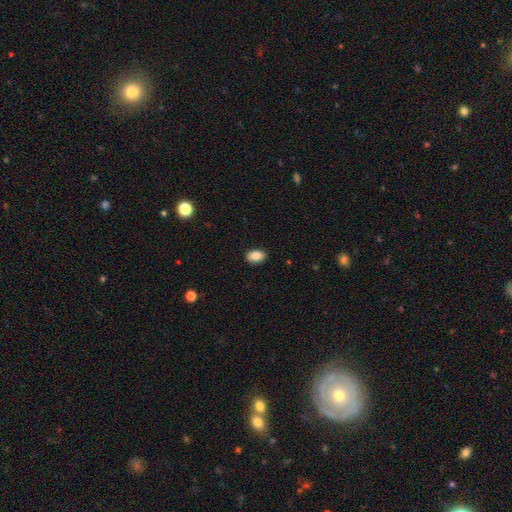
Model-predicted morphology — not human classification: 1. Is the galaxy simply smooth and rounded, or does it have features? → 88% smooth, 8% star or artifact, 4% featured or disk.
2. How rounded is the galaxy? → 86% in between, 13% round, 1% cigar-shaped.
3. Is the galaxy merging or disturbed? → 89% none, 8% minor disturbance, 2% major disturbance, 1% merger.